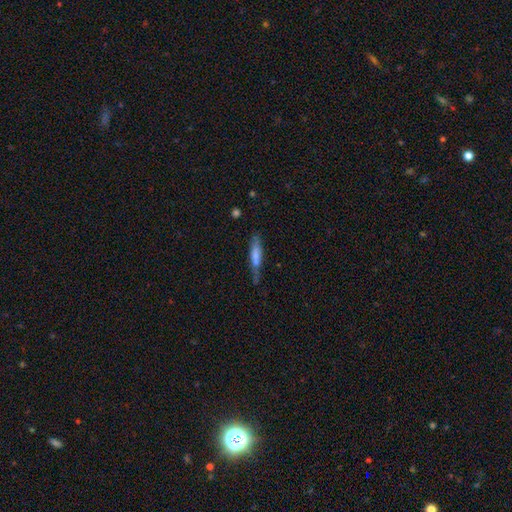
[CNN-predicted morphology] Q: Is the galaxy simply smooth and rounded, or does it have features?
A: smooth — 63%.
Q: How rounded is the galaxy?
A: cigar-shaped — 79%.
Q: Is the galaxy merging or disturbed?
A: none — 57%.